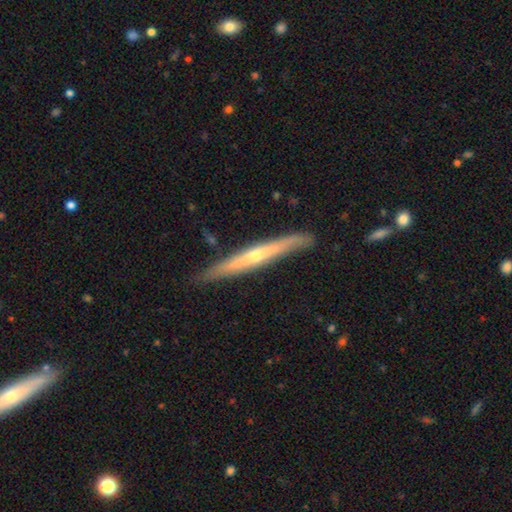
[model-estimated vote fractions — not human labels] A featured or disk galaxy (65%) viewed edge-on (94%) with a rounded central bulge (67%).

Vote fractions:
- Smooth or featured? featured or disk: 65% / smooth: 29% / star or artifact: 5%
- Edge-on disk? yes: 94% / no: 6%
- Edge-on bulge? rounded: 67% / none: 29% / boxy: 4%
- Merging? none: 85% / minor disturbance: 12% / major disturbance: 2% / merger: 2%